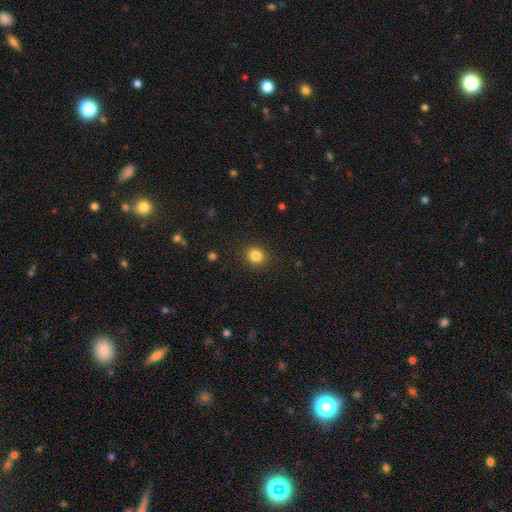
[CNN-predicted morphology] This appears to be a smooth galaxy with no disk features (84%) that is round (82%). Merging: none (90%).